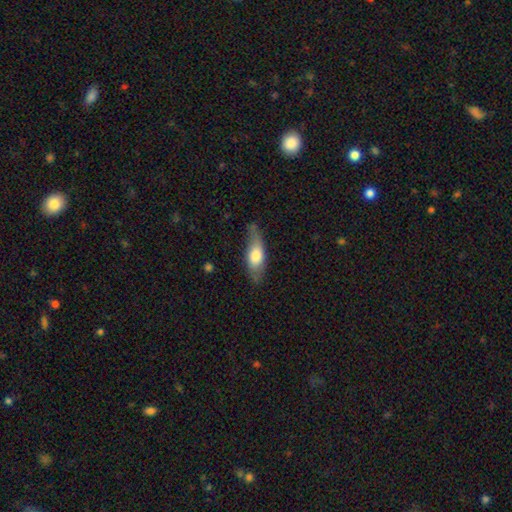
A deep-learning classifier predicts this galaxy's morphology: Smooth or featured? Predicted: smooth (p=0.63). How rounded? Predicted: in between (p=0.64). Merging? Predicted: none (p=0.65).